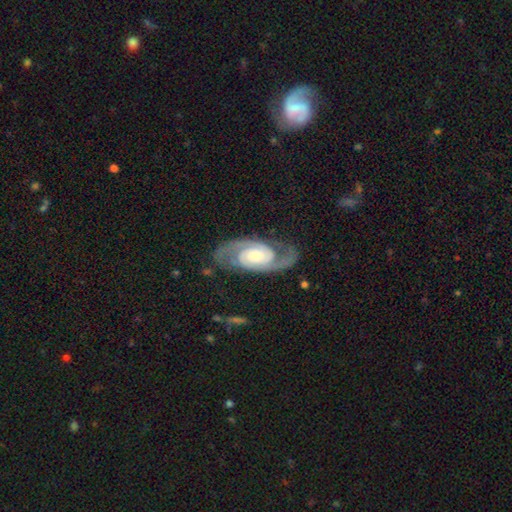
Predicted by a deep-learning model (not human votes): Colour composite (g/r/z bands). It shows a featured or disk galaxy (90%) with no bar (61%), 2 (92%) medium (47%) spiral arms (98%) and a small central bulge (45%). Merging: none (75%).